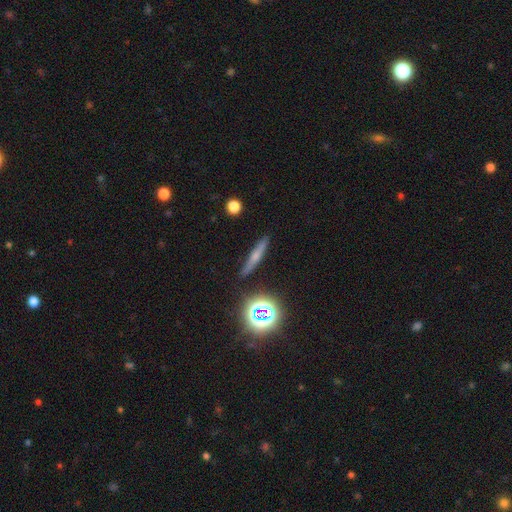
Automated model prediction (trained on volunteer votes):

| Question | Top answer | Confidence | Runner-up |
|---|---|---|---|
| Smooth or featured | smooth | 47% | featured or disk (37%) |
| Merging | none | 86% | minor disturbance (9%) |